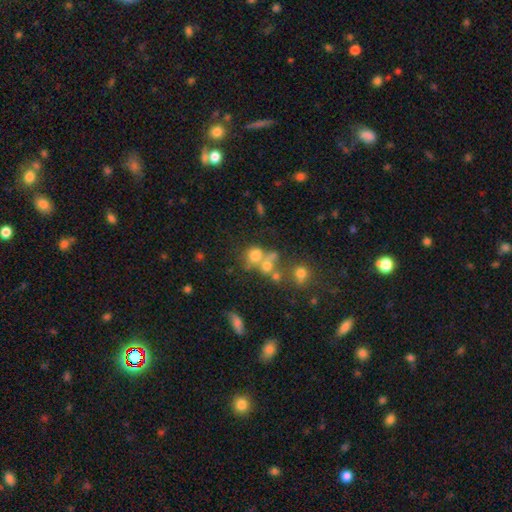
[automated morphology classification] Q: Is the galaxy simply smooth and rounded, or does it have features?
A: smooth — 66%.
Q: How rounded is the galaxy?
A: round — 70%.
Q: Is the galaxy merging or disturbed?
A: merger — 43%.